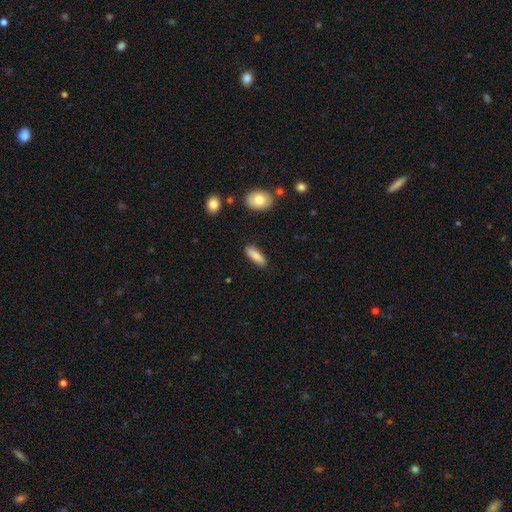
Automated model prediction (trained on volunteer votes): Smooth or featured?
  - smooth: 84% *
  - featured or disk: 9%
  - star or artifact: 6%
How rounded?
  - in between: 55% *
  - cigar-shaped: 43%
  - round: 2%
Merging?
  - none: 86% *
  - minor disturbance: 10%
  - major disturbance: 2%
  - merger: 2%